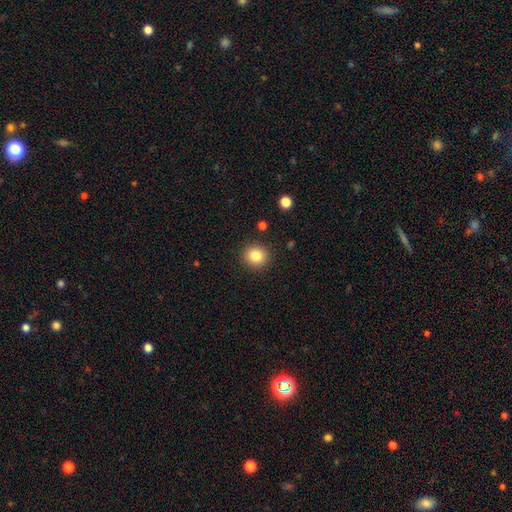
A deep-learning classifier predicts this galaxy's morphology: type=smooth (83%); roundness=round (90%); merging=none (90%).